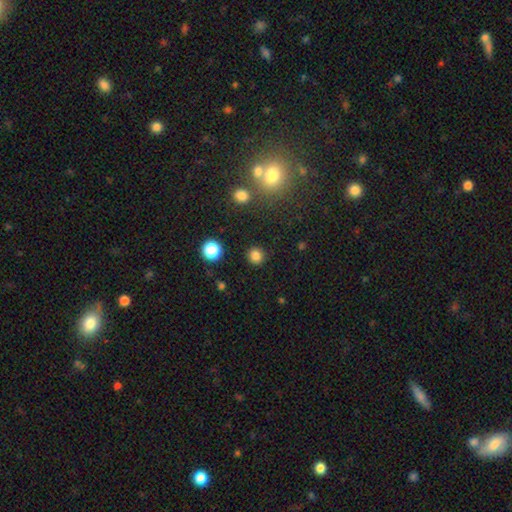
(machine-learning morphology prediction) This is clearly a smooth galaxy (82%). How rounded: clearly round (91%). Merging: clearly none (90%).